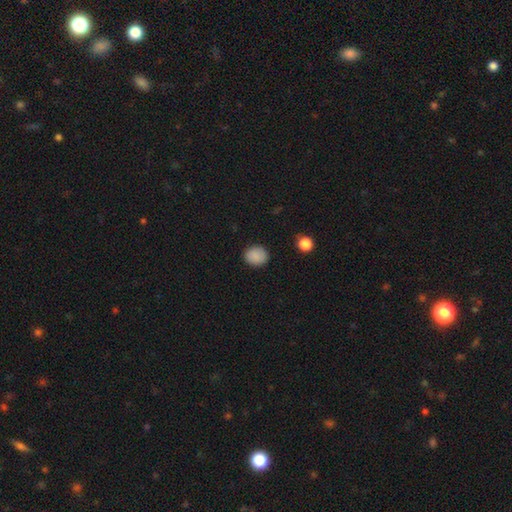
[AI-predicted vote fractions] Smooth or featured? Predicted: smooth (p=0.88). How rounded? Predicted: round (p=0.72). Merging? Predicted: none (p=0.89).